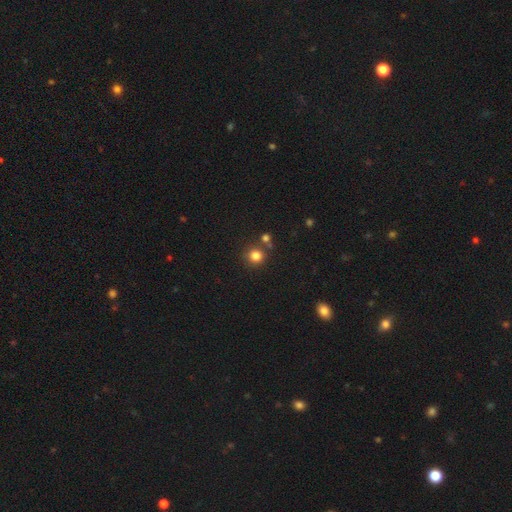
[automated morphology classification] Smooth or featured: smooth — 81% (star or artifact — 13%)
How rounded: round — 91% (in between — 8%)
Merging: none — 77% (merger — 13%)